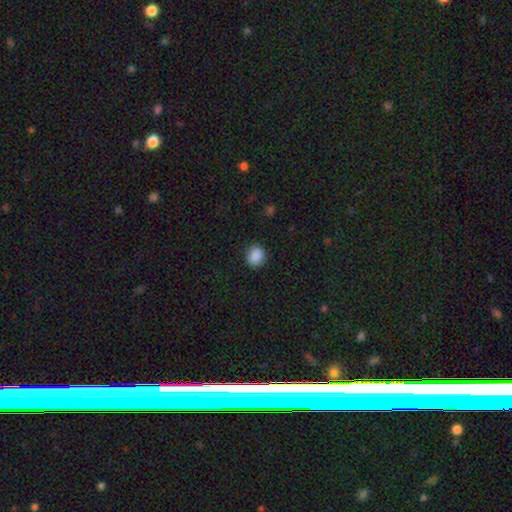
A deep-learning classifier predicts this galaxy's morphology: smooth 89%, star or artifact 9%, featured or disk 3%. Down the decision tree: how rounded — round (78%); merging — none (89%).